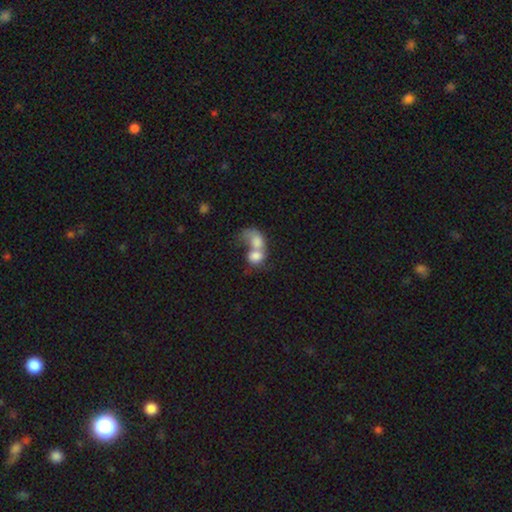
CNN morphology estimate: This is likely a smooth galaxy (71%). How rounded: possibly in between (60%). Merging: likely merger (79%).